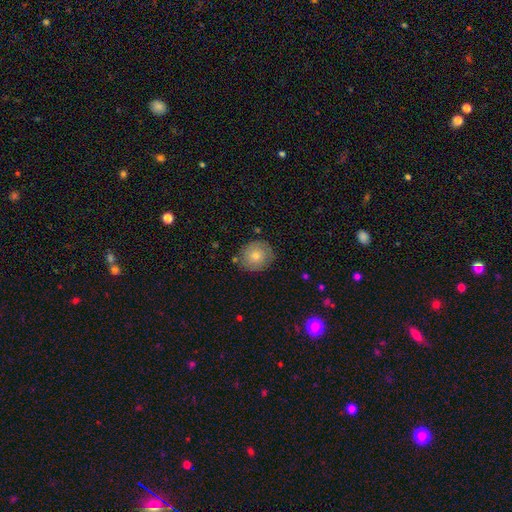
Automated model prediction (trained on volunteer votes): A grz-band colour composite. It shows a smooth galaxy with no disk features (61%) that is round (85%). Merging: none (83%).